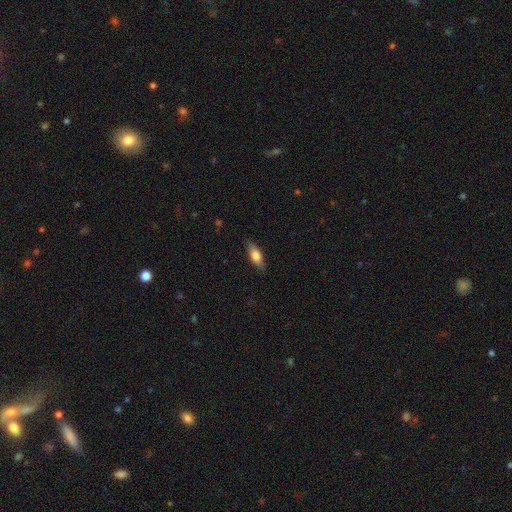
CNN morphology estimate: This is likely a smooth galaxy (67%). How rounded: likely in between (68%). Merging: clearly none (85%).